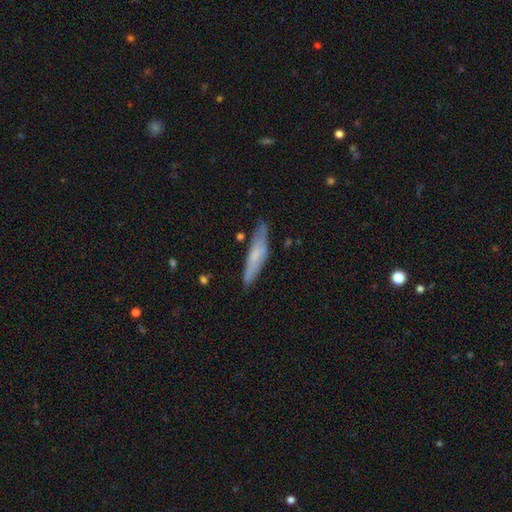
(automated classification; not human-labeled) smooth-or-featured: smooth: 56% | featured or disk: 38% | star or artifact: 7%
  how-rounded: cigar-shaped: 81% | in between: 17% | round: 2%
  merging: none: 76% | minor disturbance: 19% | major disturbance: 4% | merger: 2%